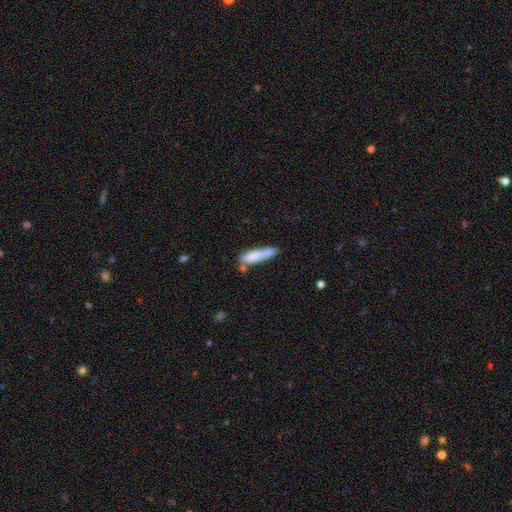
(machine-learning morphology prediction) This appears to be a smooth galaxy with no disk features (78%) that is cigar-shaped (79%). Merging: none (59%).